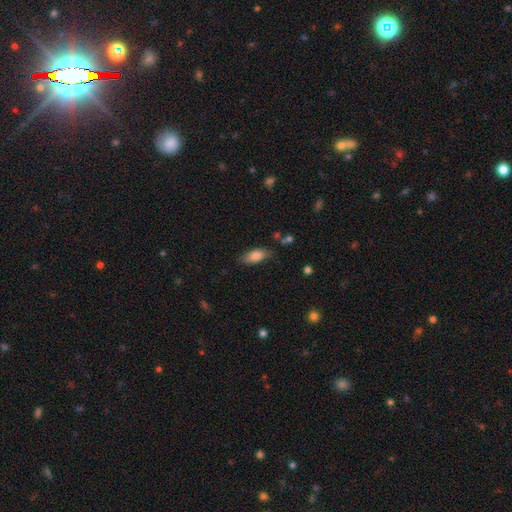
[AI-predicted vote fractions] smooth 80%, featured or disk 12%, star or artifact 7%. Down the decision tree: how rounded — in between (83%); merging — none (76%).